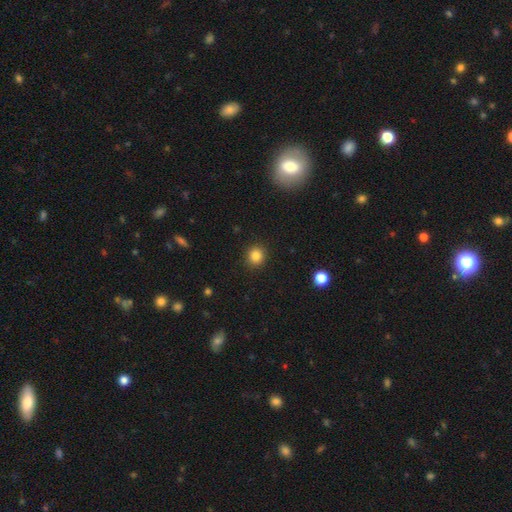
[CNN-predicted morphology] This appears to be a smooth galaxy with no disk features (84%) that is round (90%). Merging: none (91%).